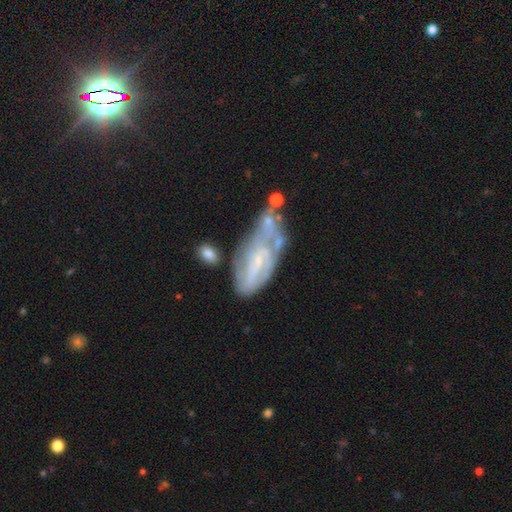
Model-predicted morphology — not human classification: Smooth or featured? featured or disk (61%)
Edge-on disk? no (87%)
Bar? no (51%)
Spiral arms? yes (57%)
Bulge size? small (54%)
Merging? none (38%)